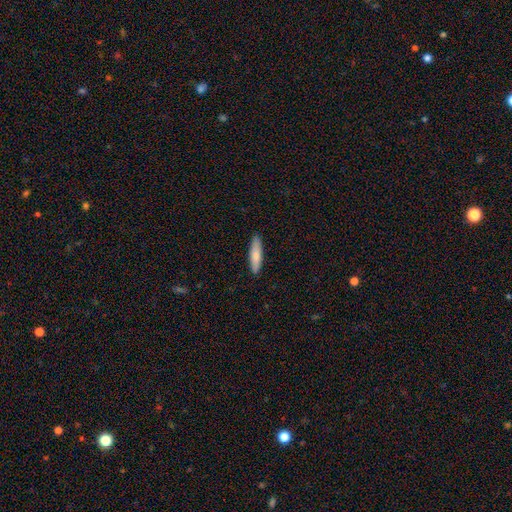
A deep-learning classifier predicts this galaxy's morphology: Smooth or featured? Predicted: smooth (p=0.78). How rounded? Predicted: cigar-shaped (p=0.76). Merging? Predicted: none (p=0.90).